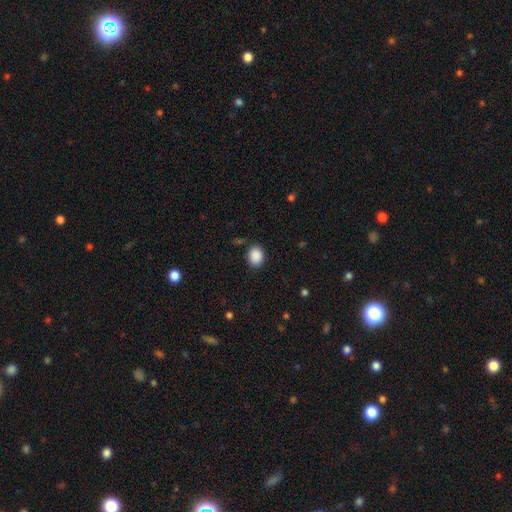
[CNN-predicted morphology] Overall: smooth (89%). How rounded: in between (52%; round 47%). Merging: none (84%).